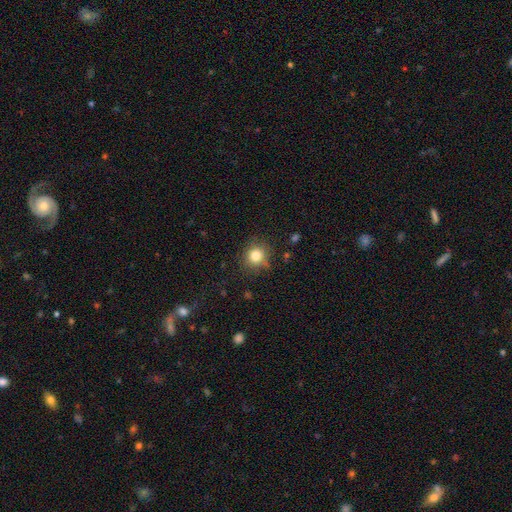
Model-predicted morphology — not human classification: This is clearly a smooth galaxy (81%). How rounded: clearly round (87%). Merging: likely none (80%).